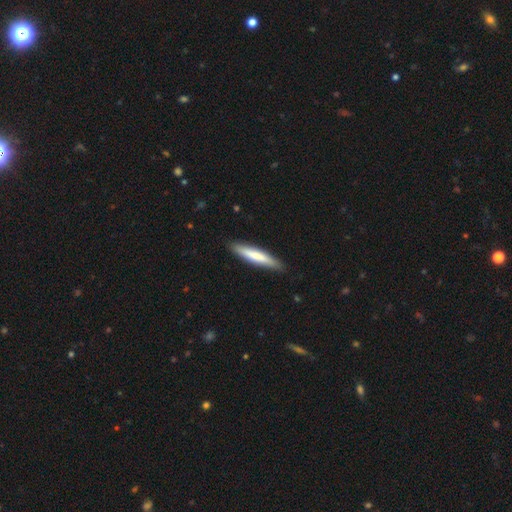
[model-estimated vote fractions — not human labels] Smooth or featured? smooth (68%)
How rounded? cigar-shaped (89%)
Merging? none (88%)